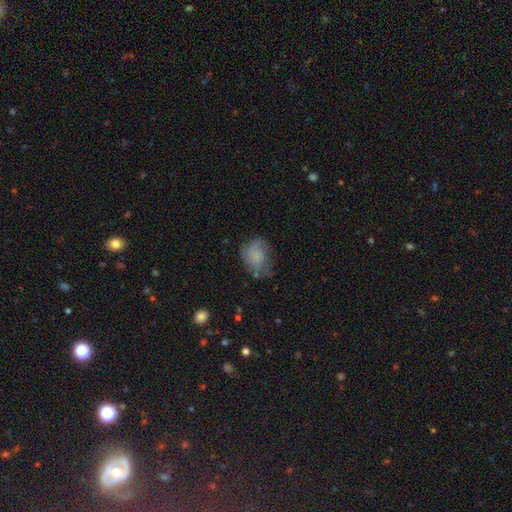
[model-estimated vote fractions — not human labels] Smooth or featured: smooth — 69% (featured or disk — 21%)
How rounded: in between — 52% (round — 47%)
Merging: none — 50% (minor disturbance — 31%)